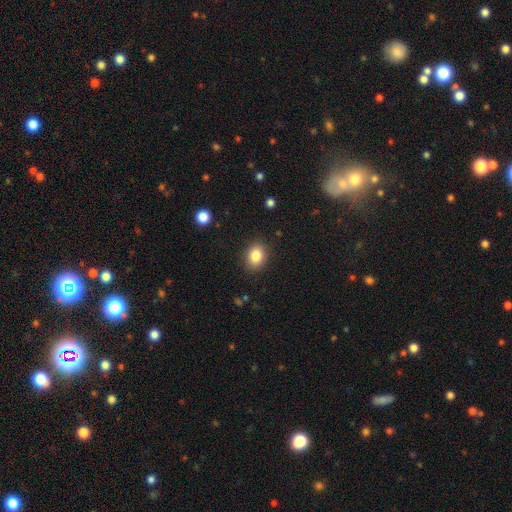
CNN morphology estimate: Smooth or featured?
  - smooth: 85% *
  - star or artifact: 9%
  - featured or disk: 6%
How rounded?
  - in between: 61% *
  - round: 38%
  - cigar-shaped: 1%
Merging?
  - none: 87% *
  - minor disturbance: 9%
  - major disturbance: 3%
  - merger: 1%